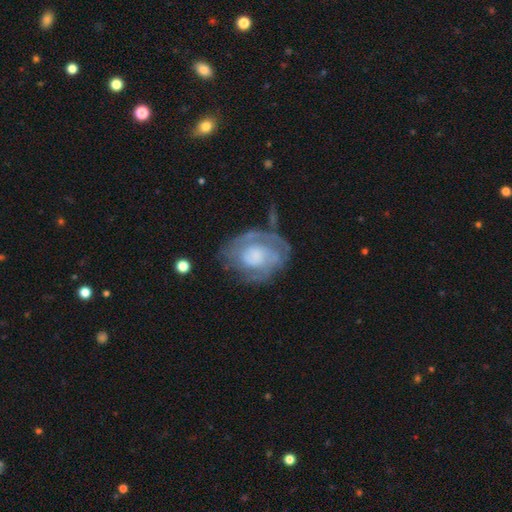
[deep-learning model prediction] smooth_or_featured: featured or disk (p=0.71) [alt: smooth p=0.23]
disk_edge_on: no (p=0.97) [alt: yes p=0.03]
bar: no (p=0.78) [alt: weak p=0.18]
has_spiral_arms: yes (p=0.75) [alt: no p=0.25]
spiral_winding: tight (p=0.56) [alt: medium p=0.31]
spiral_arm_count: can't tell (p=0.39) [alt: 2 p=0.30]
bulge_size: large (p=0.32) [alt: moderate p=0.24]
merging: none (p=0.53) [alt: minor disturbance p=0.24]